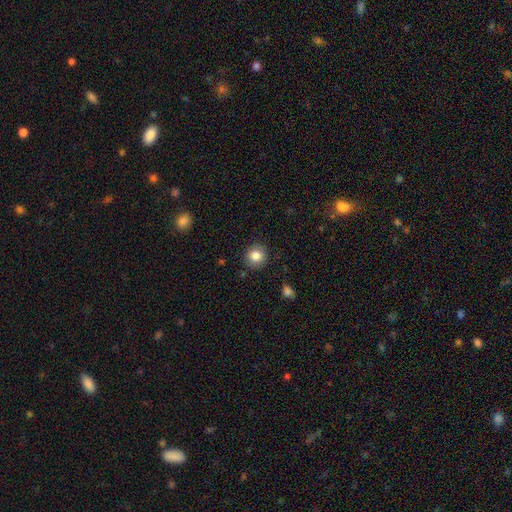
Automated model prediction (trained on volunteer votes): Q: Smooth or featured?
A: smooth (84%); runner-up: star or artifact (10%)
Q: How rounded?
A: round (91%); runner-up: in between (8%)
Q: Merging?
A: none (89%); runner-up: minor disturbance (8%)